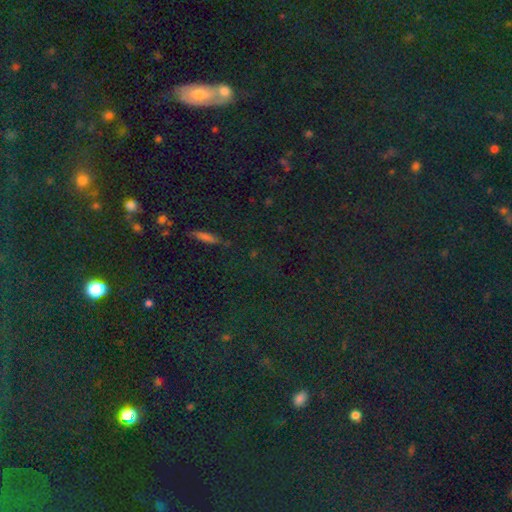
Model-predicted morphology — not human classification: Smooth or featured?
  - star or artifact: 69% *
  - smooth: 20%
  - featured or disk: 11%